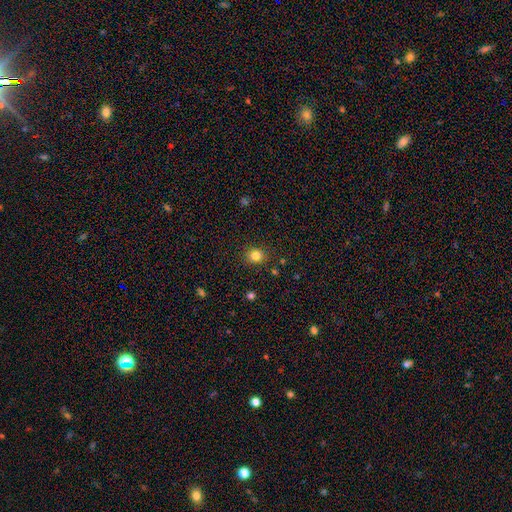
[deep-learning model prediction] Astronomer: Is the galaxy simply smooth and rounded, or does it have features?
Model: smooth — 82%.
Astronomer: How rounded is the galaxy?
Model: round — 80%.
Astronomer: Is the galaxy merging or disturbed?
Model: none — 89%.